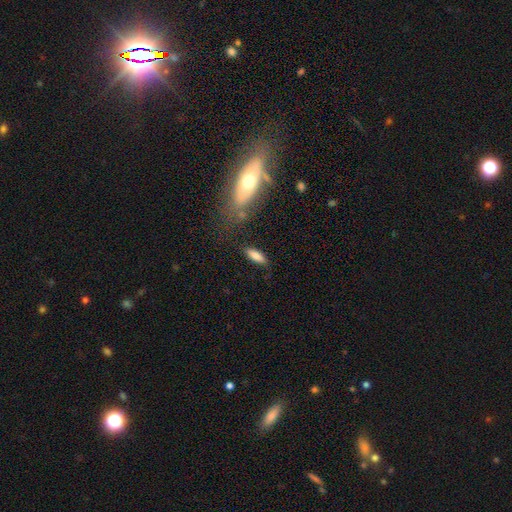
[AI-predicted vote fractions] Smooth or featured? smooth (77%)
How rounded? in between (57%)
Merging? none (79%)